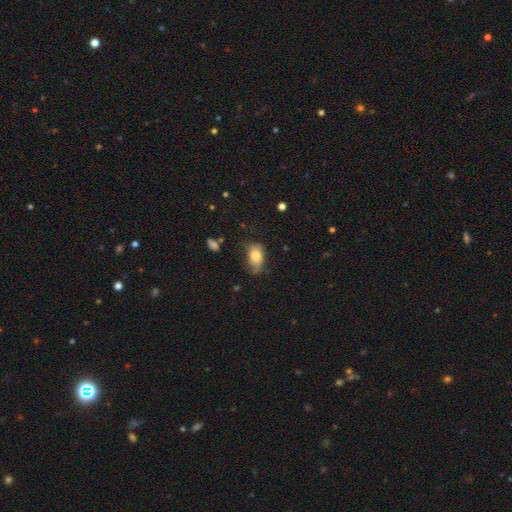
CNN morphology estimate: This is likely a smooth galaxy (75%). How rounded: clearly in between (83%). Merging: marginally none (39%, tied with minor disturbance).